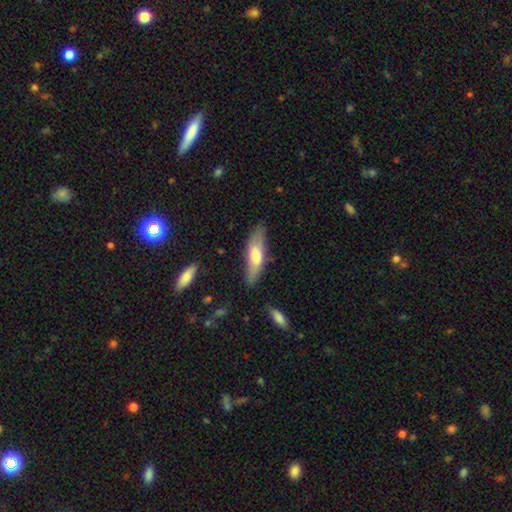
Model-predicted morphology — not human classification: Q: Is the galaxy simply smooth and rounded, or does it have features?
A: smooth — 61%.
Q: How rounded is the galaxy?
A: cigar-shaped — 52%.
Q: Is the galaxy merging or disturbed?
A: none — 77%.